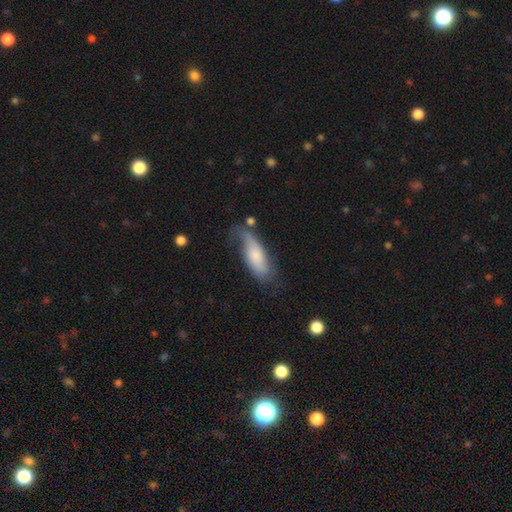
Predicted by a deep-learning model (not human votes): smooth_or_featured: smooth (p=0.58) [alt: featured or disk p=0.35]
how_rounded: in between (p=0.72) [alt: cigar-shaped p=0.26]
merging: none (p=0.44) [alt: minor disturbance p=0.32]